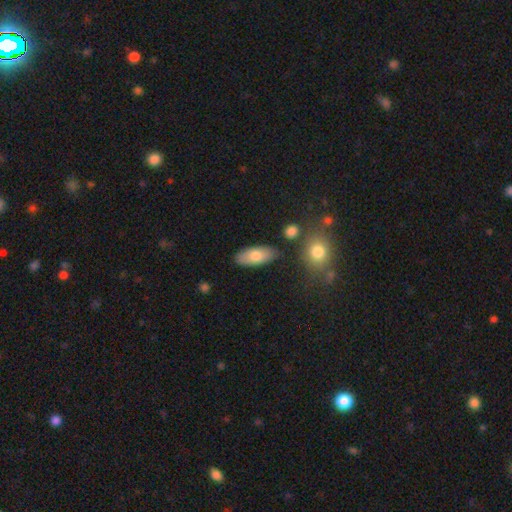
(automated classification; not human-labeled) The model was most divided on "smooth or featured": smooth: 75%, featured or disk: 19%, star or artifact: 6%. More confident: how rounded — in between (86%); merging — none (81%).